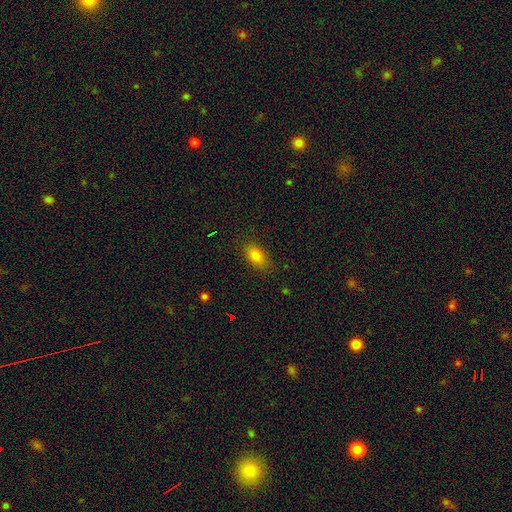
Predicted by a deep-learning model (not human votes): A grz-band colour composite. It shows a smooth galaxy with no disk features (83%) that is in between round and cigar-shaped (90%). Merging: none (84%).